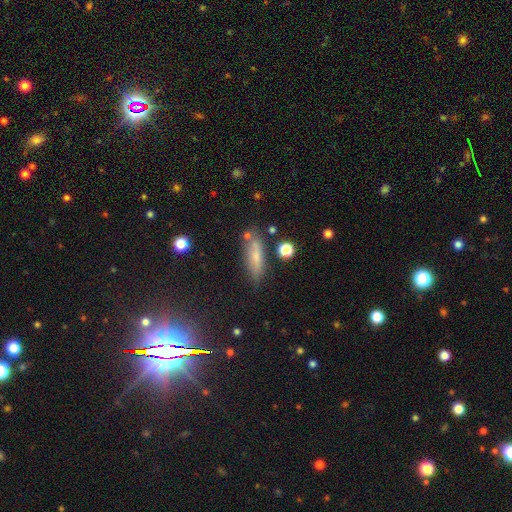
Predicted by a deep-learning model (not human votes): The model was most divided on "how rounded": cigar-shaped: 53%, in between: 43%, round: 3%. More confident: merging — none (77%); smooth or featured — smooth (69%).